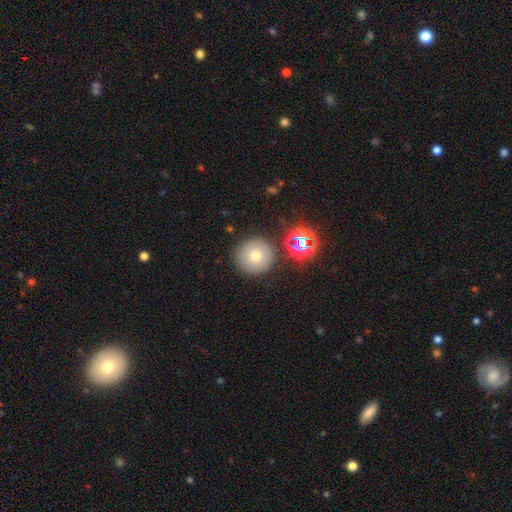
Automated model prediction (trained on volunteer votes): Smooth or featured: smooth — 66% (star or artifact — 20%)
How rounded: round — 96% (in between — 3%)
Merging: none — 86% (minor disturbance — 7%)